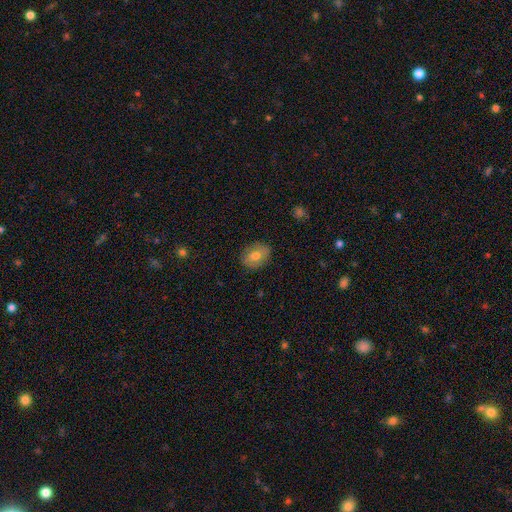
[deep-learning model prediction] This is likely a smooth galaxy (68%). How rounded: possibly in between (55%). Merging: clearly none (85%).